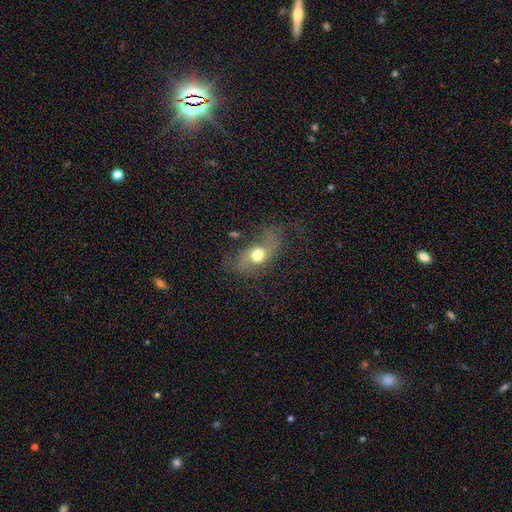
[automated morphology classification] Smooth or featured? Predicted: featured or disk (p=0.48). Merging? Predicted: none (p=0.40).